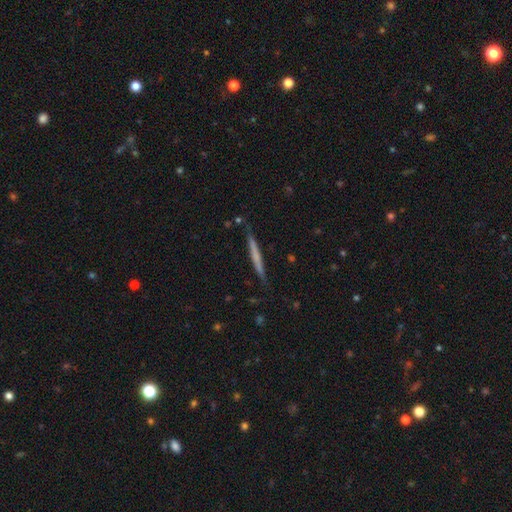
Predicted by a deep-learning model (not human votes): A smooth galaxy with no disk features (48%). Merging: none (86%).